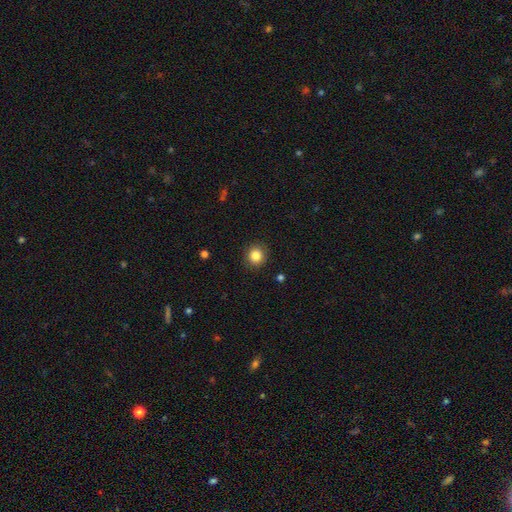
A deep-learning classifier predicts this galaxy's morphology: type=smooth (85%); roundness=round (90%); merging=none (91%).